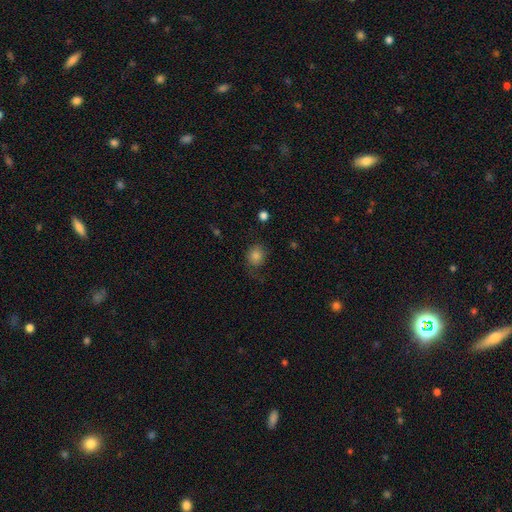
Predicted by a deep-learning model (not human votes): Q: Smooth or featured?
A: smooth (81%); runner-up: star or artifact (11%)
Q: How rounded?
A: round (75%); runner-up: in between (24%)
Q: Merging?
A: none (67%); runner-up: minor disturbance (21%)